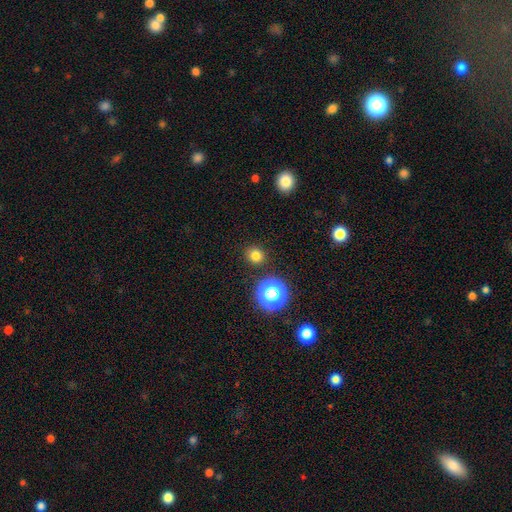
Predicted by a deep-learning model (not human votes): Smooth or featured? smooth (78%)
How rounded? round (86%)
Merging? none (89%)